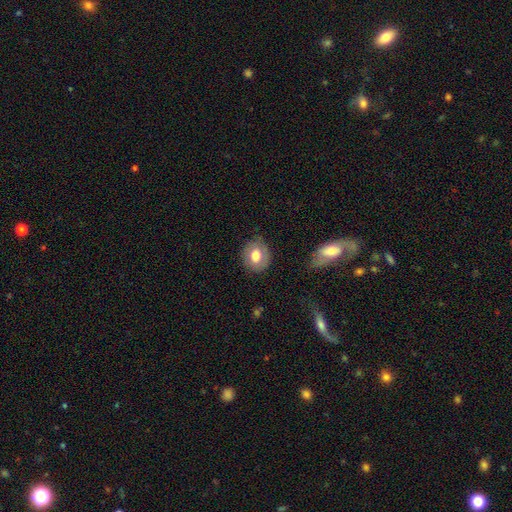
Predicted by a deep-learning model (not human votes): This is likely a smooth galaxy (72%). How rounded: likely round (63%). Merging: clearly none (80%).